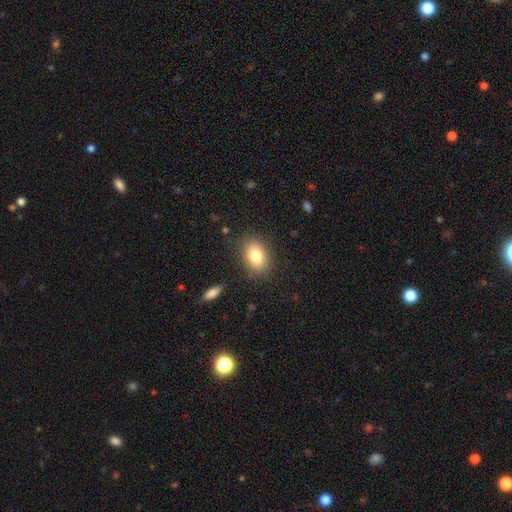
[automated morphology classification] This is clearly a smooth galaxy (81%). How rounded: likely in between (80%). Merging: clearly none (84%).